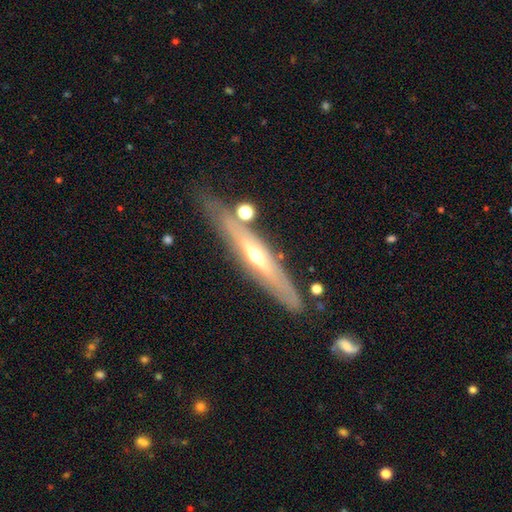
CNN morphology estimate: Overall: featured or disk (72%). Edge-on disk: yes (82%). Edge-on bulge: rounded (81%). Merging: none (78%).